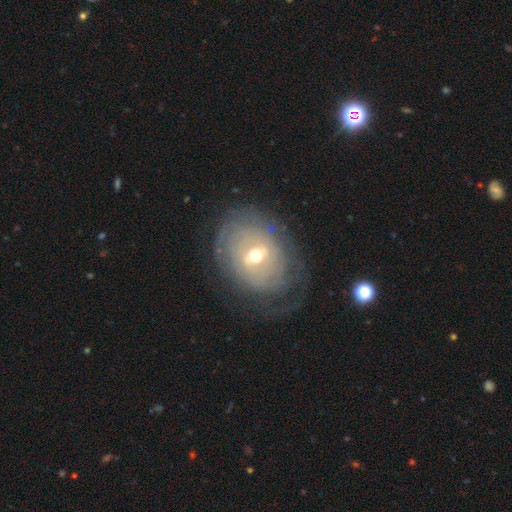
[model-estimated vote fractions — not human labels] smooth_or_featured: featured or disk (p=0.73) [alt: smooth p=0.20]
disk_edge_on: no (p=0.95) [alt: yes p=0.05]
bar: weak (p=0.50) [alt: no p=0.33]
has_spiral_arms: yes (p=0.69) [alt: no p=0.31]
bulge_size: moderate (p=0.61) [alt: small p=0.34]
merging: none (p=0.66) [alt: minor disturbance p=0.19]